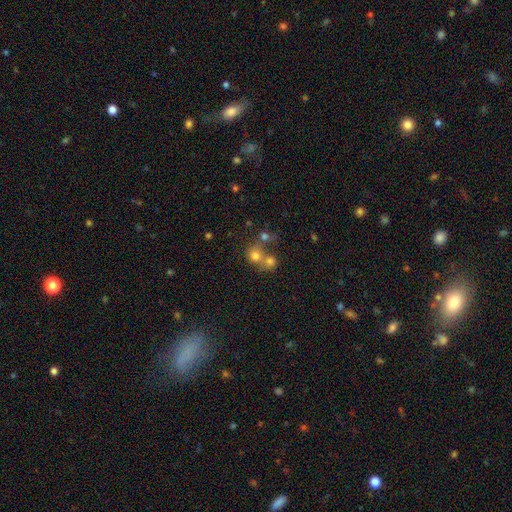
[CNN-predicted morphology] Smooth or featured: smooth — 70% (star or artifact — 16%)
How rounded: round — 81% (in between — 18%)
Merging: merger — 50% (none — 40%)